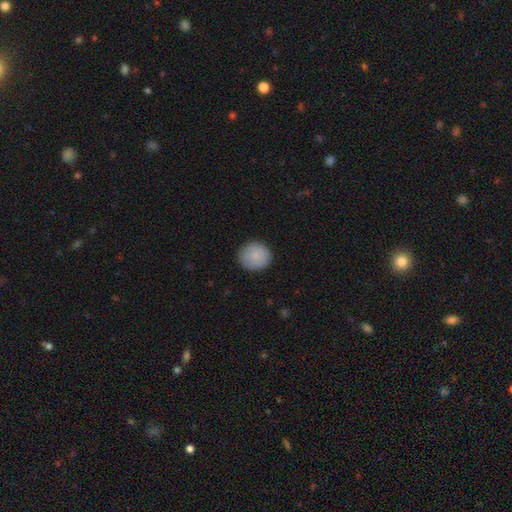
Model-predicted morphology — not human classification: smooth_or_featured: smooth (p=0.84) [alt: featured or disk p=0.10]
how_rounded: round (p=0.85) [alt: in between p=0.14]
merging: none (p=0.86) [alt: minor disturbance p=0.11]